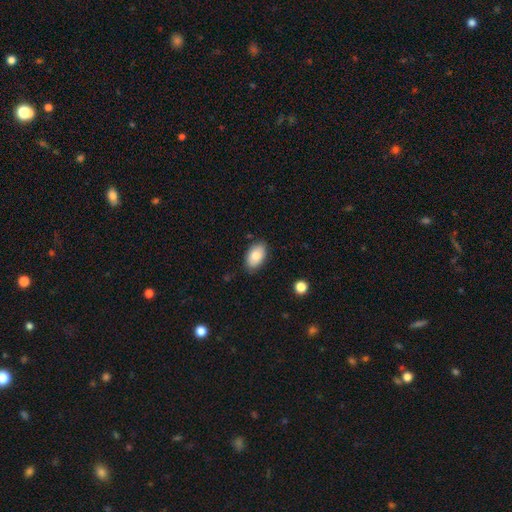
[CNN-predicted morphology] Smooth or featured: smooth — 78% (featured or disk — 15%)
How rounded: in between — 93% (round — 6%)
Merging: none — 84% (minor disturbance — 13%)